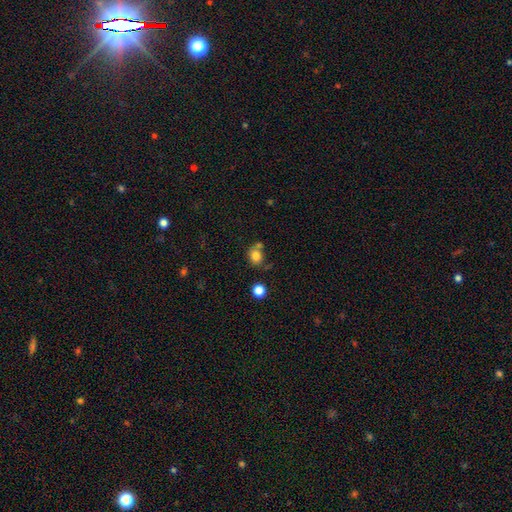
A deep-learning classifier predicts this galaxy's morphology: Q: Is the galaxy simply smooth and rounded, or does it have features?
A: smooth — 80%.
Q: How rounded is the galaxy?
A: round — 69%.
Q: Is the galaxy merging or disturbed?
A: none — 58%.